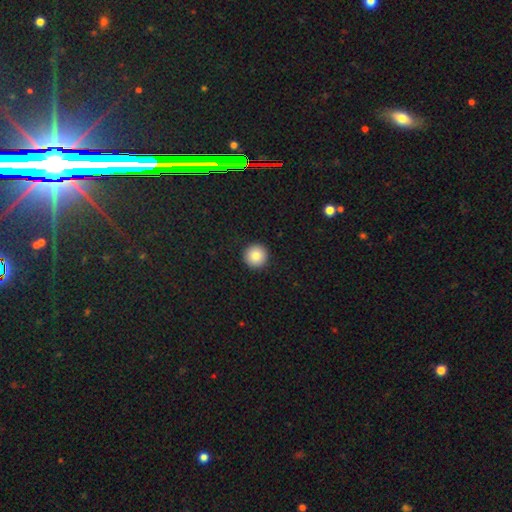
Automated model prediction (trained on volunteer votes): A smooth galaxy with no disk features (86%) that is round (96%). Merging: none (94%).